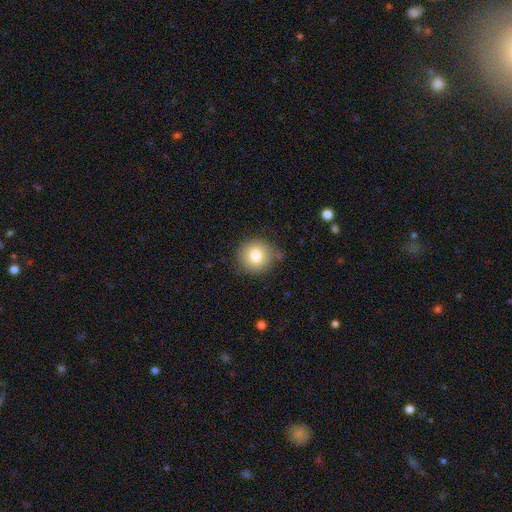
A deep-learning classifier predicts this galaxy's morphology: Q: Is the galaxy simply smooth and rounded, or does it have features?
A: smooth — 80%.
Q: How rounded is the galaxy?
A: round — 91%.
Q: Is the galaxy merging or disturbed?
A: none — 79%.